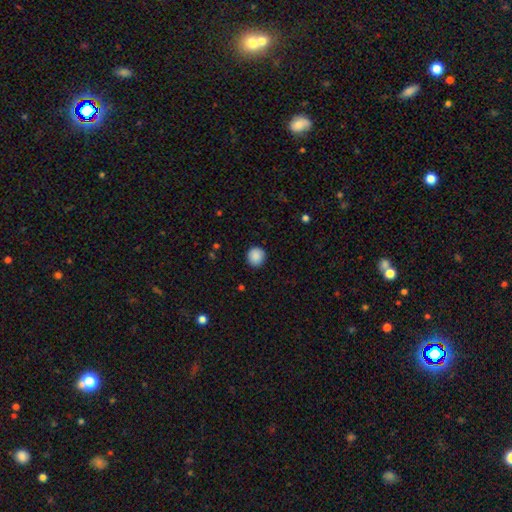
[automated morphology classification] smooth_or_featured: smooth (p=0.89) [alt: star or artifact p=0.08]
how_rounded: round (p=0.93) [alt: in between p=0.06]
merging: none (p=0.91) [alt: minor disturbance p=0.07]